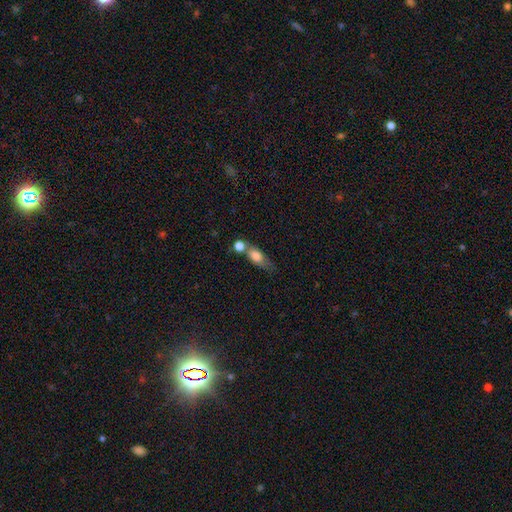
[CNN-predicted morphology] A smooth galaxy with no disk features (73%) that is in between round and cigar-shaped (64%).

Vote fractions:
- Smooth or featured? smooth: 73% / featured or disk: 19% / star or artifact: 8%
- How rounded? in between: 64% / cigar-shaped: 20% / round: 16%
- Merging? merger: 43% / none: 34% / minor disturbance: 15% / major disturbance: 8%